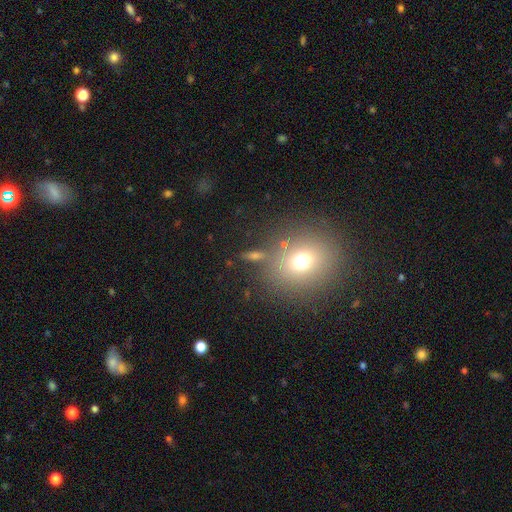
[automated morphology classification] type=smooth (64%); roundness=round (77%); merging=none (82%).